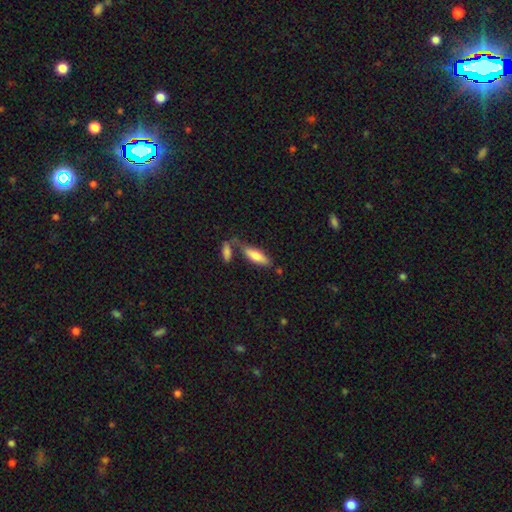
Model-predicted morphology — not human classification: Overall: smooth (73%). How rounded: in between (51%; cigar-shaped 48%). Merging: none (57%; merger 21%).